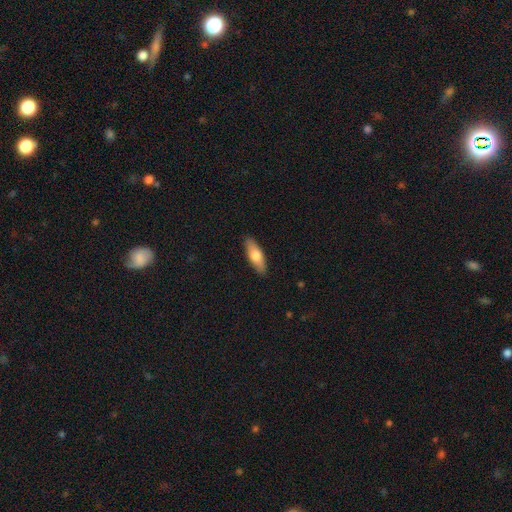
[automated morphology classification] smooth 70%, featured or disk 24%, star or artifact 5%. Down the decision tree: how rounded — in between (63%); merging — none (89%).